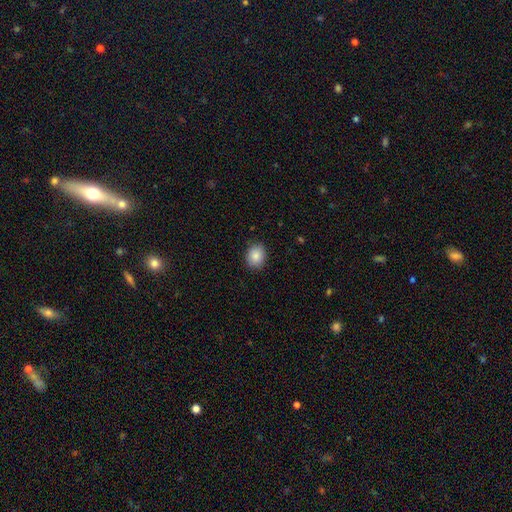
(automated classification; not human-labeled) smooth 87%, star or artifact 8%, featured or disk 5%. Down the decision tree: how rounded — round (57%); merging — none (87%).